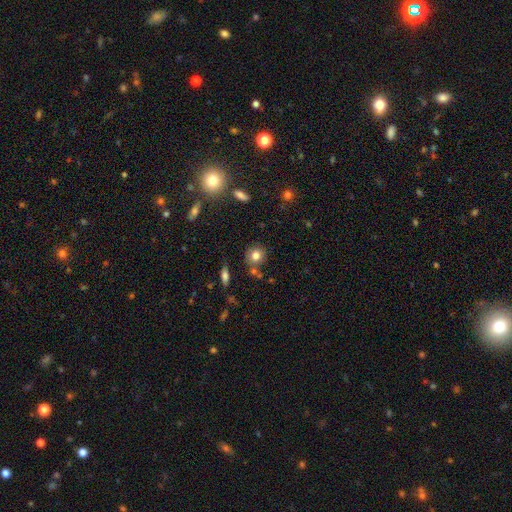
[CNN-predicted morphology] Q: Smooth or featured?
A: smooth (78%); runner-up: star or artifact (11%)
Q: How rounded?
A: round (82%); runner-up: in between (17%)
Q: Merging?
A: none (77%); runner-up: minor disturbance (11%)